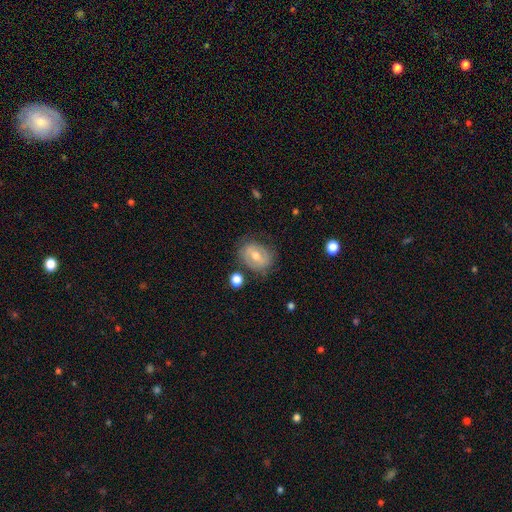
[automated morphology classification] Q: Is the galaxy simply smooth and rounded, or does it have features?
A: featured or disk — 50%.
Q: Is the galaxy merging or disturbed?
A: none — 74%.